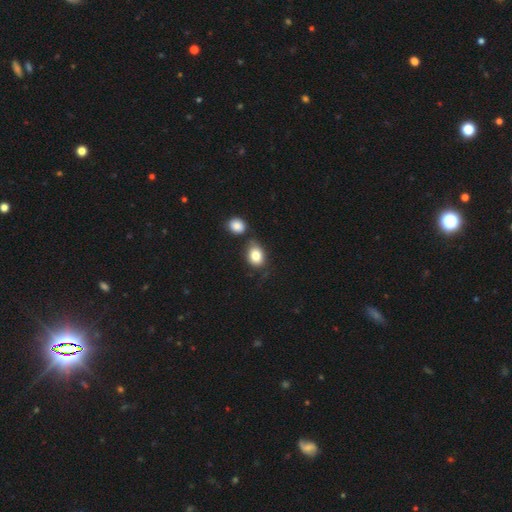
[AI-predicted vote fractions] Morphology: type=smooth (82%); roundness=in between (66%); merging=none (58%).